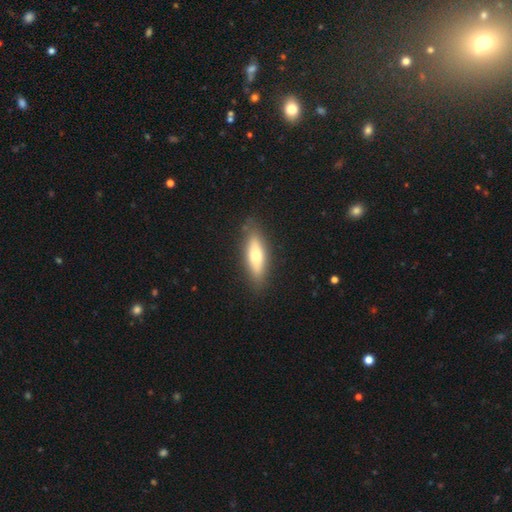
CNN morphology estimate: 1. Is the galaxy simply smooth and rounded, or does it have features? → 64% smooth, 30% featured or disk, 6% star or artifact.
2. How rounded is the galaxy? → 51% cigar-shaped, 47% in between, 2% round.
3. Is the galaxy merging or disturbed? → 83% none, 12% minor disturbance, 3% major disturbance, 2% merger.